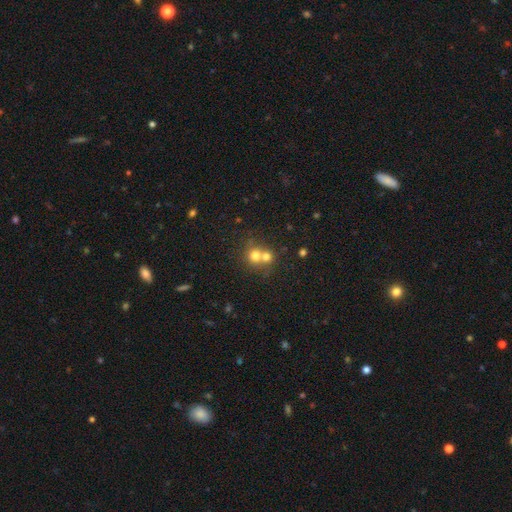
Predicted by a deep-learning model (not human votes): A smooth galaxy with no disk features (71%) that is round (85%). Merging: merger (57%).